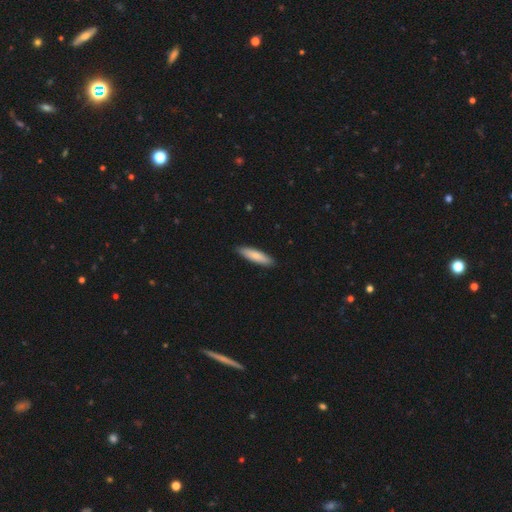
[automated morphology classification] type=smooth (82%); roundness=cigar-shaped (75%); merging=none (90%).